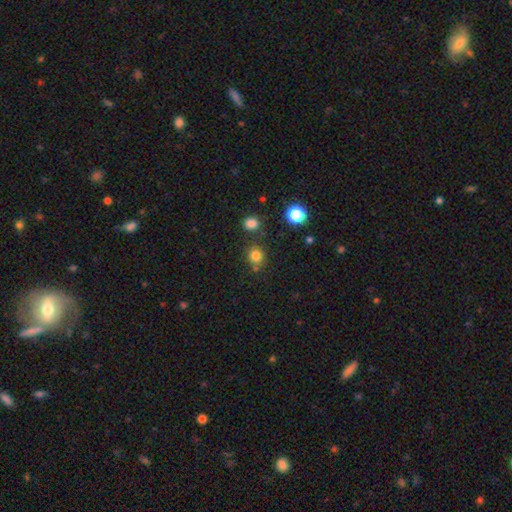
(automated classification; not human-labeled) A smooth galaxy with no disk features (79%) that is round (83%).

Vote fractions:
- Smooth or featured? smooth: 79% / star or artifact: 16% / featured or disk: 6%
- How rounded? round: 83% / in between: 16% / cigar-shaped: 1%
- Merging? none: 75% / minor disturbance: 11% / merger: 11% / major disturbance: 4%